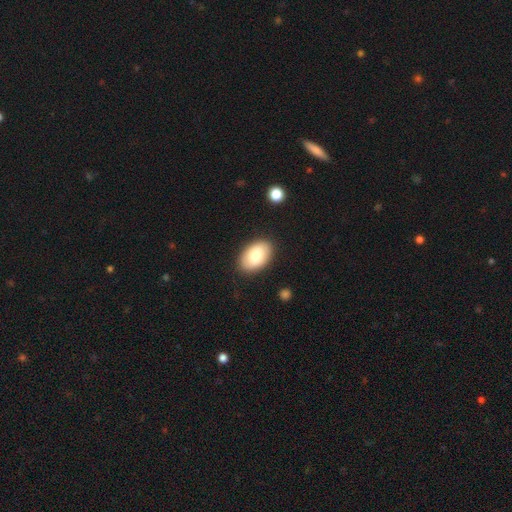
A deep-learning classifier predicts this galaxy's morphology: Smooth or featured: smooth — 82% (featured or disk — 12%)
How rounded: in between — 92% (round — 7%)
Merging: none — 87% (minor disturbance — 9%)